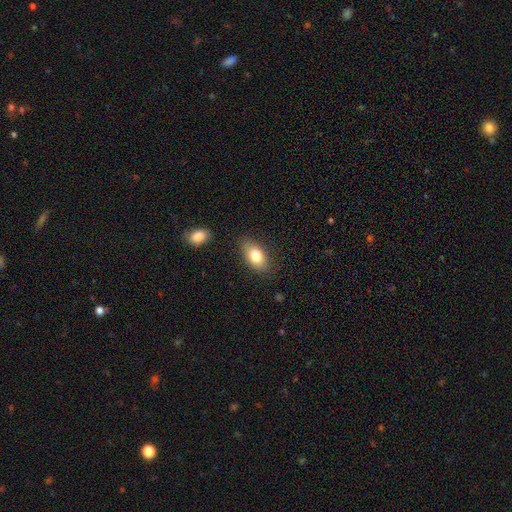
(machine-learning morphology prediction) A smooth galaxy with no disk features (79%) that is in between round and cigar-shaped (88%).

Vote fractions:
- Smooth or featured? smooth: 79% / featured or disk: 13% / star or artifact: 8%
- How rounded? in between: 88% / round: 8% / cigar-shaped: 4%
- Merging? none: 79% / minor disturbance: 15% / major disturbance: 4% / merger: 2%